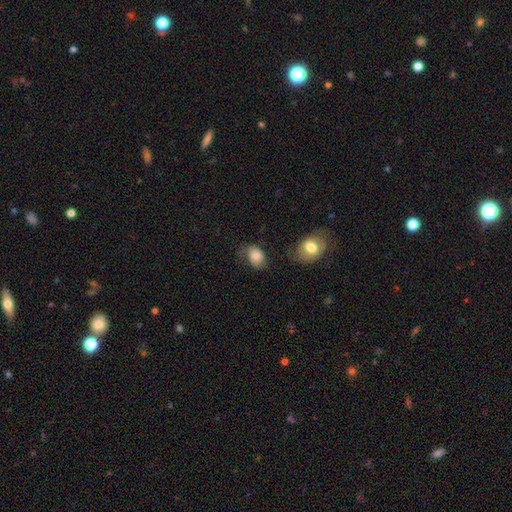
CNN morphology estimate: Smooth or featured: smooth — 81% (featured or disk — 11%)
How rounded: in between — 70% (round — 29%)
Merging: none — 50% (minor disturbance — 30%)